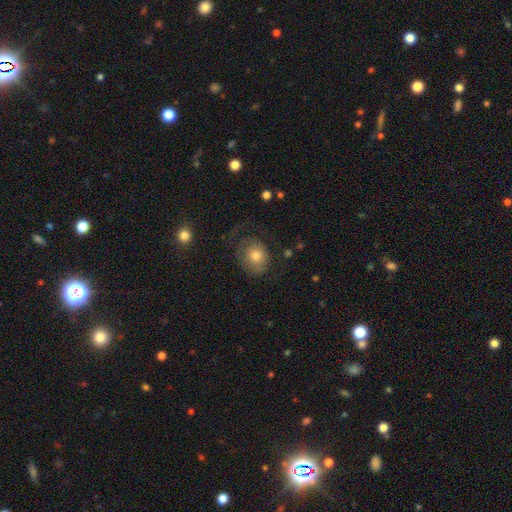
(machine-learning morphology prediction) This is likely a smooth galaxy (66%). How rounded: likely round (60%). Merging: possibly none (49%).